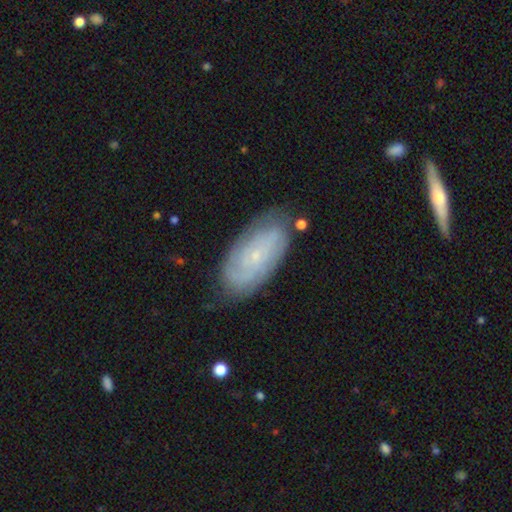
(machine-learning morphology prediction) Smooth or featured? Predicted: featured or disk (p=0.70). Edge-on disk? Predicted: no (p=0.94). Bar? Predicted: no (p=0.77). Spiral arms? Predicted: yes (p=0.89). Spiral winding? Predicted: tight (p=0.68). Spiral arm count? Predicted: can't tell (p=0.46). Bulge size? Predicted: small (p=0.87). Merging? Predicted: none (p=0.75).